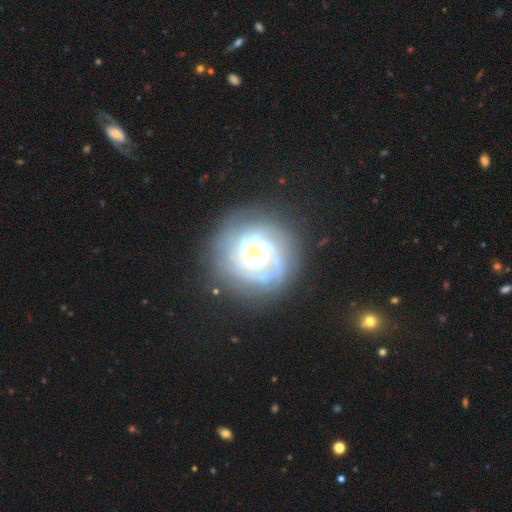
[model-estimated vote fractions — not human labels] Q: Smooth or featured?
A: featured or disk (72%); runner-up: smooth (20%)
Q: Edge-on disk?
A: no (97%); runner-up: yes (3%)
Q: Bar?
A: no (61%); runner-up: weak (29%)
Q: Spiral arms?
A: yes (72%); runner-up: no (28%)
Q: Spiral winding?
A: tight (59%); runner-up: medium (27%)
Q: Spiral arm count?
A: can't tell (38%); runner-up: 2 (27%)
Q: Bulge size?
A: moderate (66%); runner-up: large (17%)
Q: Merging?
A: none (69%); runner-up: minor disturbance (16%)